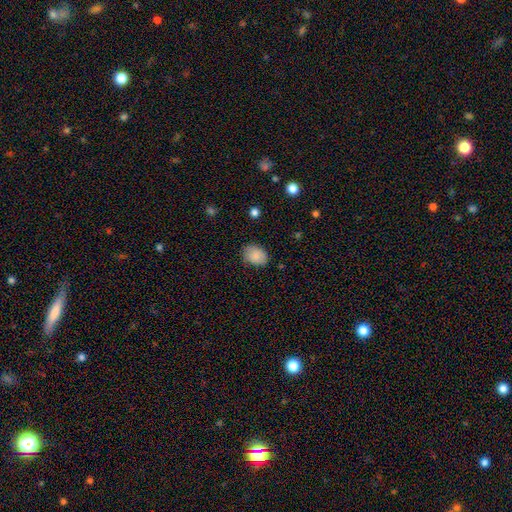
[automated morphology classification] This appears to be a smooth galaxy with no disk features (87%) that is in between round and cigar-shaped (79%). Merging: none (78%).